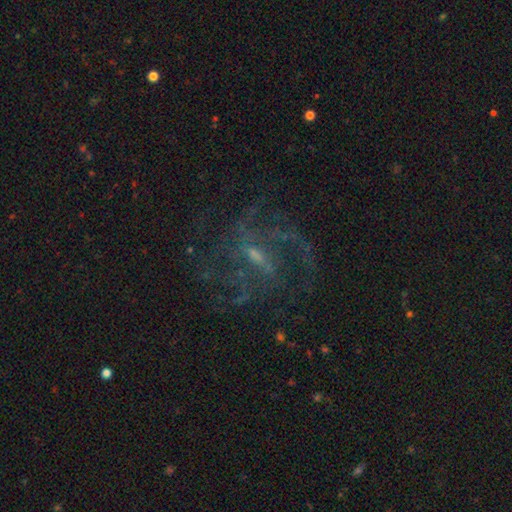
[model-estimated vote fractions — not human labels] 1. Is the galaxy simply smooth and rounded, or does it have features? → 80% featured or disk, 13% star or artifact, 7% smooth.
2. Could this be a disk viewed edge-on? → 96% no, 4% yes.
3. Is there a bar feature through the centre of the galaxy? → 54% weak, 26% no, 20% strong.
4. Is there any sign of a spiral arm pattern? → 92% yes, 8% no.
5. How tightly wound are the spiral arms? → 47% medium, 32% loose, 22% tight.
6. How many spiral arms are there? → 28% can't tell, 22% 3, 18% 2, 16% 4, 8% more than 4, 7% 1.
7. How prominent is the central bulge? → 57% small, 29% moderate, 11% none, 2% large, 1% dominant.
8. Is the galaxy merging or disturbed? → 65% none, 19% major disturbance, 14% minor disturbance, 2% merger.